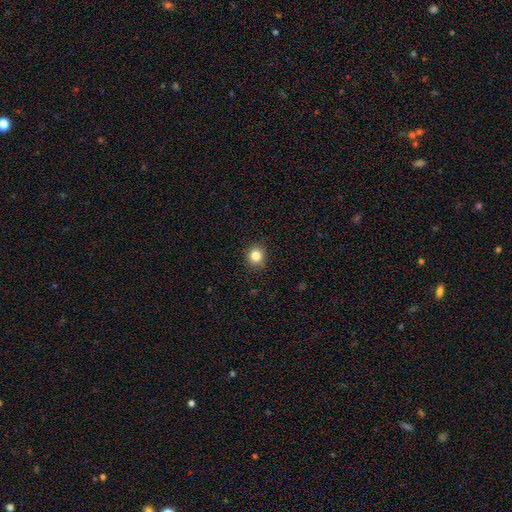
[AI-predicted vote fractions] A smooth galaxy with no disk features (84%) that is round (83%). Merging: none (89%).